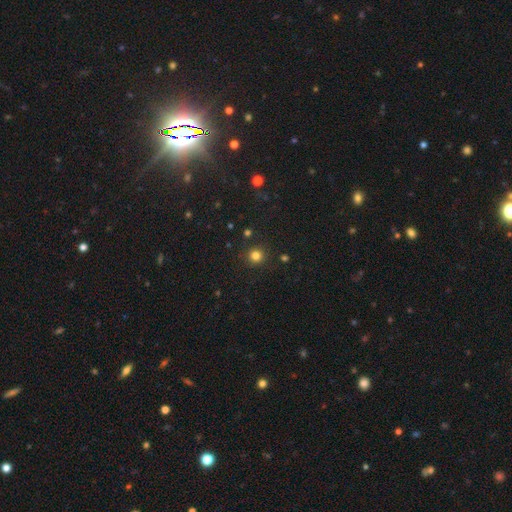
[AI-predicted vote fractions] Smooth or featured? smooth (81%)
How rounded? round (94%)
Merging? none (90%)